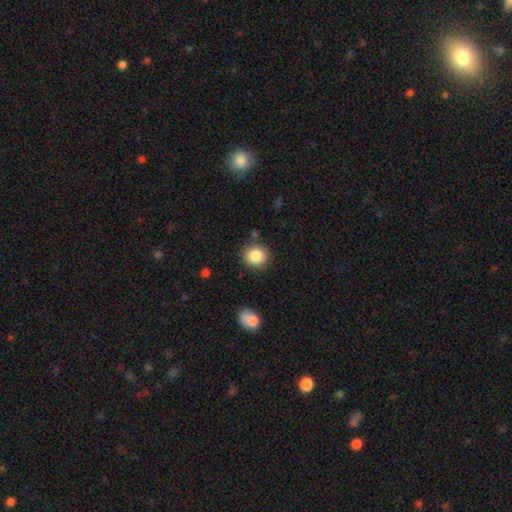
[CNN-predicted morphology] Q: Smooth or featured?
A: smooth (86%); runner-up: star or artifact (9%)
Q: How rounded?
A: round (88%); runner-up: in between (11%)
Q: Merging?
A: none (85%); runner-up: minor disturbance (9%)